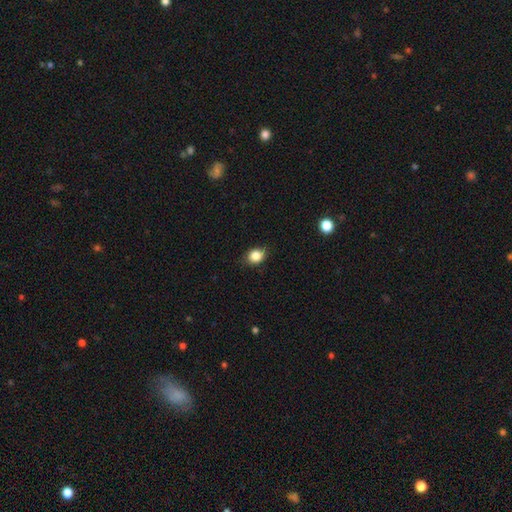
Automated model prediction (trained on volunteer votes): Smooth or featured? smooth (85%)
How rounded? round (51%)
Merging? none (83%)